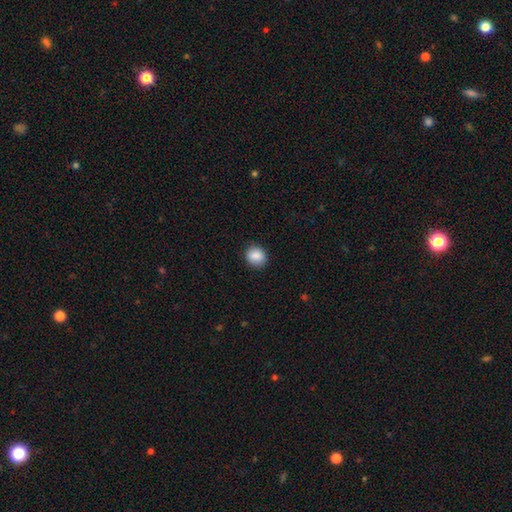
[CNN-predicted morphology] This appears to be a smooth galaxy with no disk features (88%) that is round (76%). Merging: none (88%).